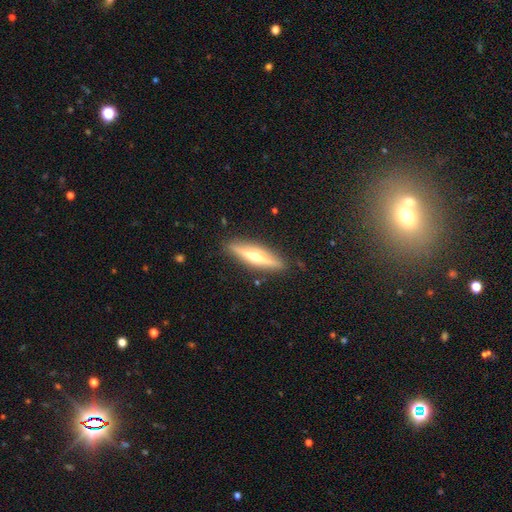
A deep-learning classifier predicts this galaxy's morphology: smooth-or-featured: featured or disk: 69% | smooth: 26% | star or artifact: 5%
  disk-edge-on: yes: 95% | no: 5%
    edge-on-bulge: rounded: 91% | none: 5% | boxy: 4%
  merging: none: 89% | minor disturbance: 8% | major disturbance: 2% | merger: 1%